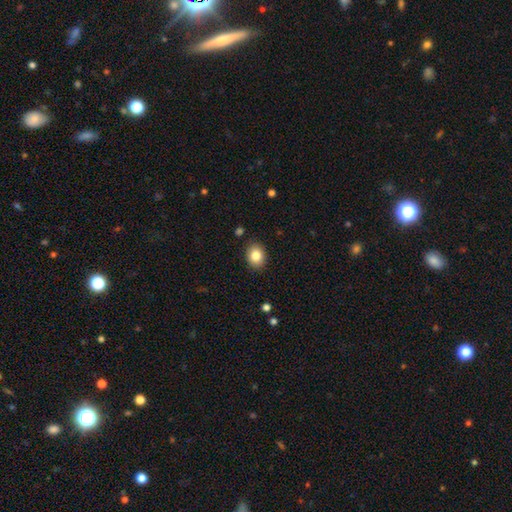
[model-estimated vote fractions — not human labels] Q: Smooth or featured?
A: smooth (84%); runner-up: star or artifact (9%)
Q: How rounded?
A: in between (54%); runner-up: round (45%)
Q: Merging?
A: none (88%); runner-up: minor disturbance (8%)